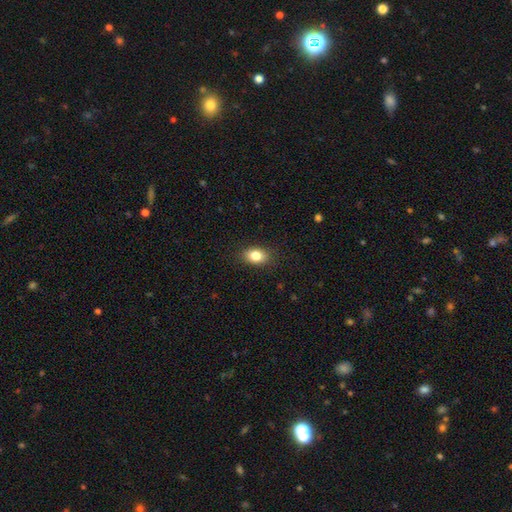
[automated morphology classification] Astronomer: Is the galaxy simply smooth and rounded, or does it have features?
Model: smooth — 83%.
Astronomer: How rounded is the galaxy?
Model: in between — 78%.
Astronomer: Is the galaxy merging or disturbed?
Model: none — 87%.